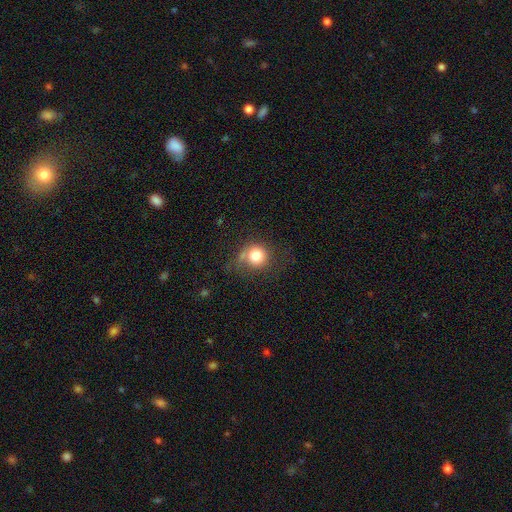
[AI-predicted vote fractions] Q: Smooth or featured?
A: smooth (79%); runner-up: featured or disk (11%)
Q: How rounded?
A: round (88%); runner-up: in between (11%)
Q: Merging?
A: none (58%); runner-up: minor disturbance (24%)